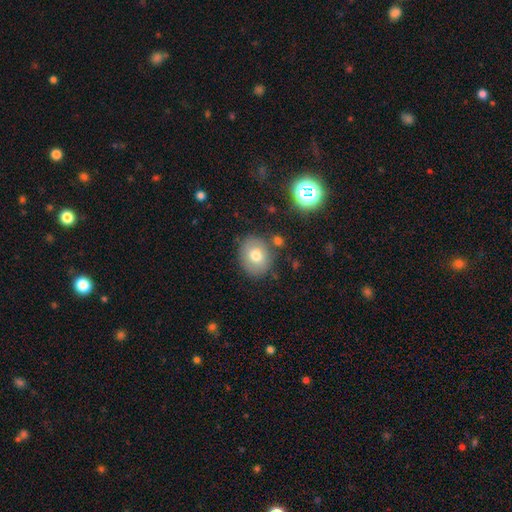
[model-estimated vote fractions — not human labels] Smooth or featured? smooth (73%)
How rounded? round (63%)
Merging? none (79%)